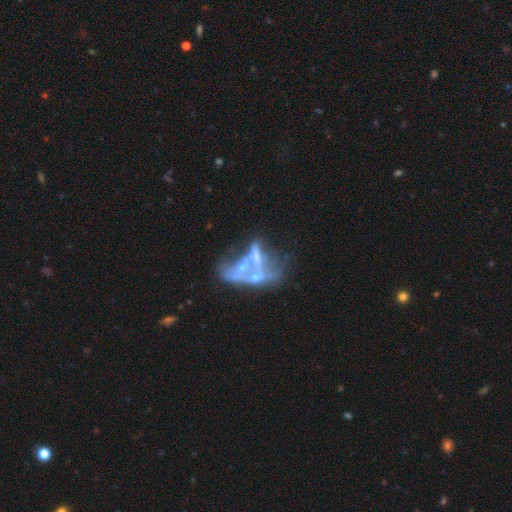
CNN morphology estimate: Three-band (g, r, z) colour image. It shows a featured or disk galaxy (64%) with no bar (86%), no spiral arms (89%) and no central bulge (44%). Merging: merger (53%).